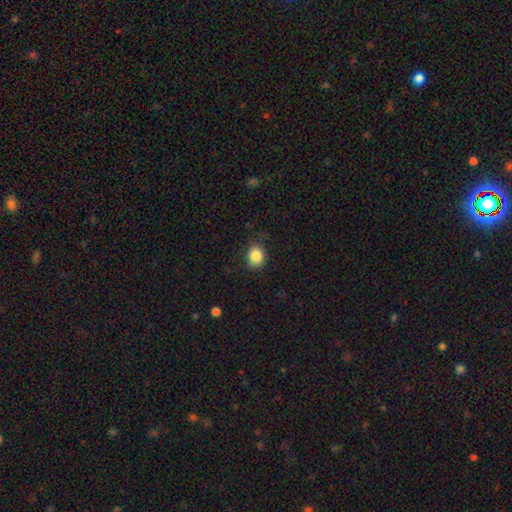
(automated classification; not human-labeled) Overall: smooth (85%). How rounded: round (58%; in between 41%). Merging: none (80%).